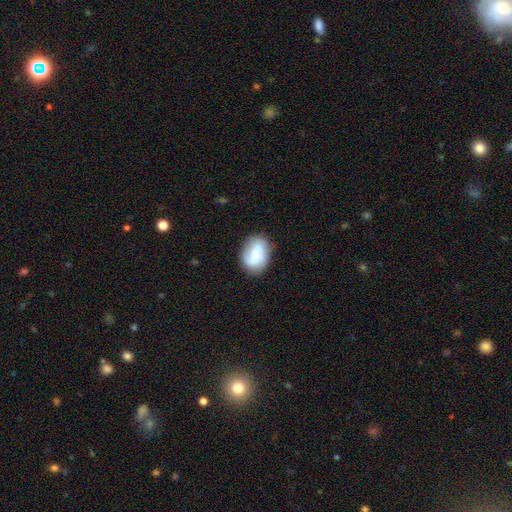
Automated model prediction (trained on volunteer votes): Smooth or featured? smooth (46%, tied with featured or disk)
Merging? none (77%)